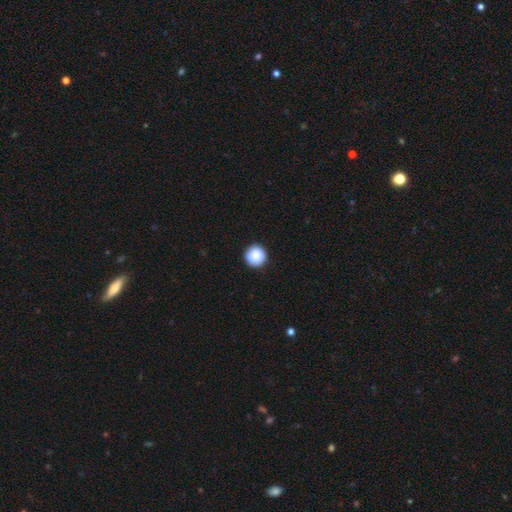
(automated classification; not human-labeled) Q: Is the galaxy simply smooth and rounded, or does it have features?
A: smooth — 88%.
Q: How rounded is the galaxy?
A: round — 96%.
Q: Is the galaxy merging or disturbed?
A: none — 90%.